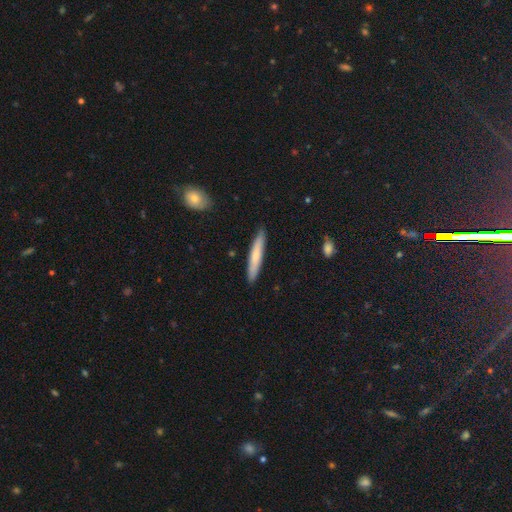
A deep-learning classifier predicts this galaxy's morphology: Overall: smooth (68%). How rounded: cigar-shaped (94%). Merging: none (90%).